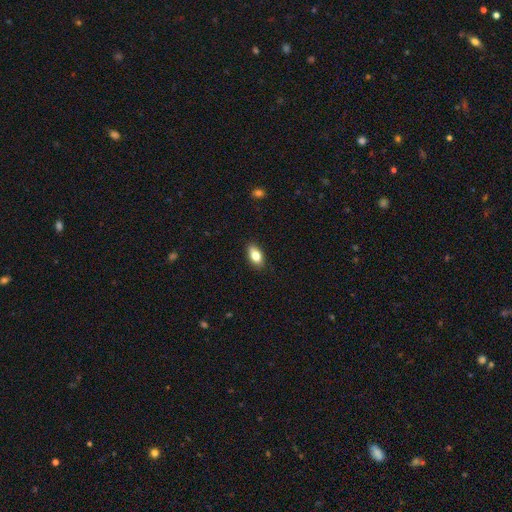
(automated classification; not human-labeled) smooth-or-featured: smooth: 79% | featured or disk: 14% | star or artifact: 8%
  how-rounded: in between: 87% | round: 7% | cigar-shaped: 6%
  merging: none: 87% | minor disturbance: 10% | major disturbance: 2% | merger: 1%